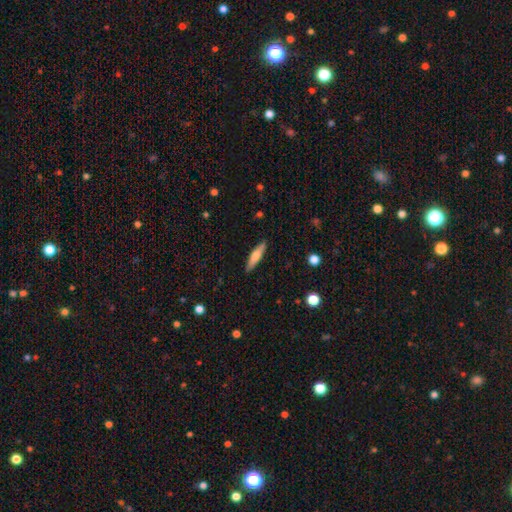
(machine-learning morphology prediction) Smooth or featured?
  - smooth: 67% *
  - featured or disk: 27%
  - star or artifact: 6%
How rounded?
  - cigar-shaped: 80% *
  - in between: 19%
  - round: 2%
Merging?
  - none: 89% *
  - minor disturbance: 8%
  - major disturbance: 2%
  - merger: 1%